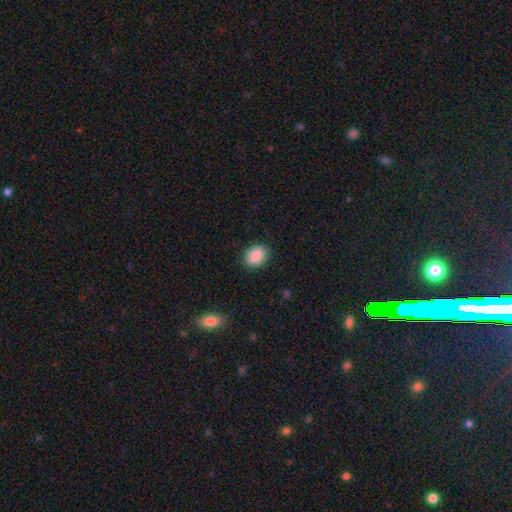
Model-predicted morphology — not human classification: A smooth galaxy with no disk features (89%) that is in between round and cigar-shaped (61%).

Vote fractions:
- Smooth or featured? smooth: 89% / star or artifact: 7% / featured or disk: 3%
- How rounded? in between: 61% / round: 38% / cigar-shaped: 1%
- Merging? none: 86% / minor disturbance: 11% / major disturbance: 3% / merger: 1%